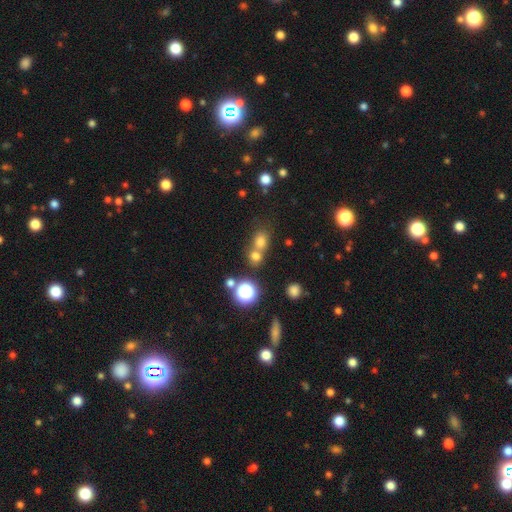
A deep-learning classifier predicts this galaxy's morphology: Q: Smooth or featured?
A: smooth (68%); runner-up: star or artifact (23%)
Q: How rounded?
A: round (71%); runner-up: in between (28%)
Q: Merging?
A: none (46%); runner-up: merger (43%)